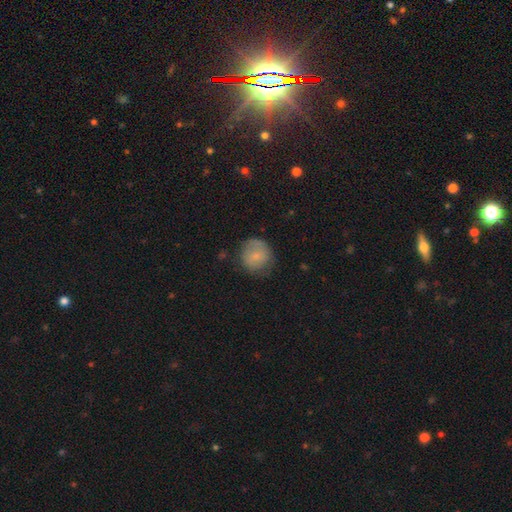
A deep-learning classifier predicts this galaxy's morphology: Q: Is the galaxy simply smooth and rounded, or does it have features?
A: smooth — 74%.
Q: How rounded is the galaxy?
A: round — 87%.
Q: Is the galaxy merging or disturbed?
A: none — 65%.